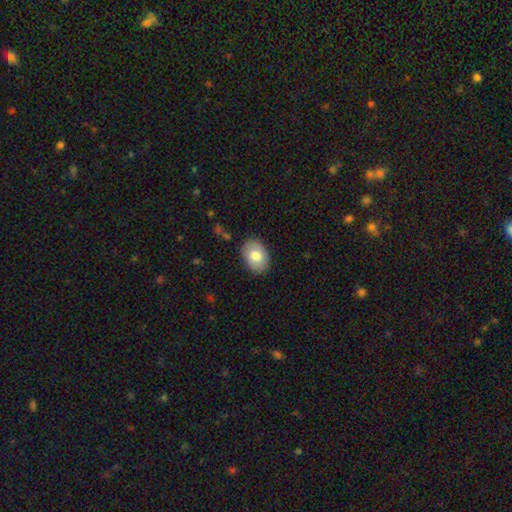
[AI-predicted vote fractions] Morphology: type=smooth (78%); roundness=in between (79%); merging=none (87%).